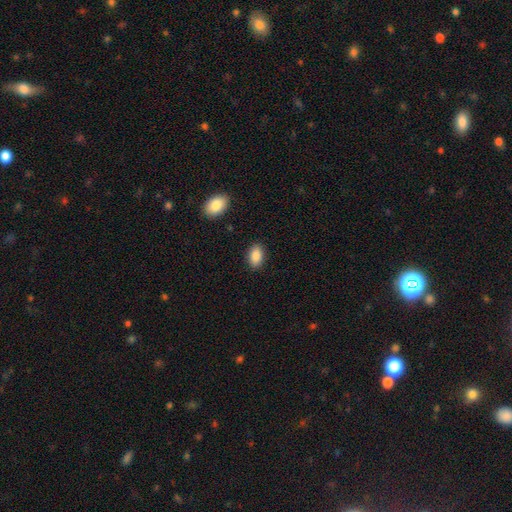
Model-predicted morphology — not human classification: This appears to be a smooth galaxy with no disk features (88%) that is in between round and cigar-shaped (91%). Merging: none (87%).